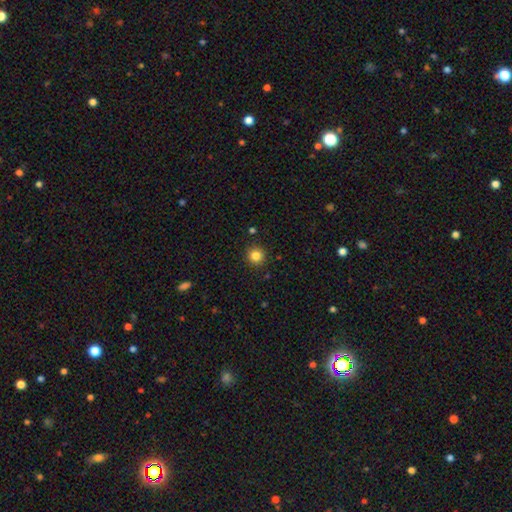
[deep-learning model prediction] A smooth galaxy with no disk features (83%) that is round (95%). Merging: none (91%).